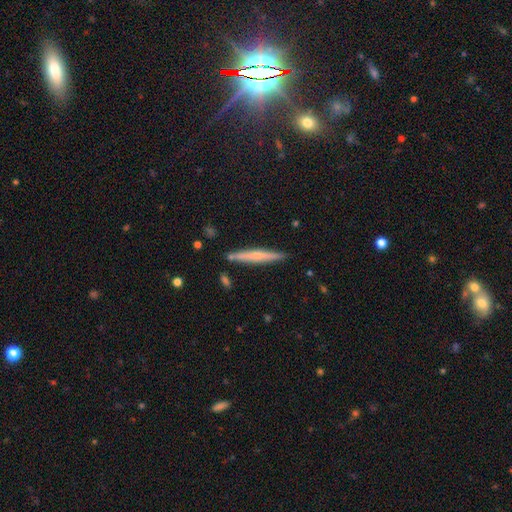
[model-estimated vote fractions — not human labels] smooth_or_featured: smooth (p=0.48) [alt: featured or disk p=0.45]
merging: none (p=0.87) [alt: minor disturbance p=0.08]